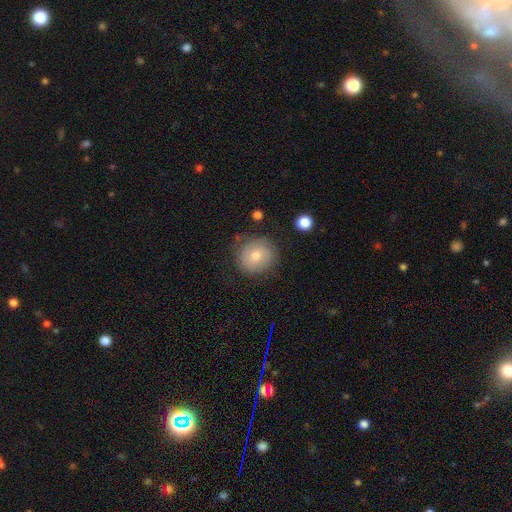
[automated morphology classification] A smooth galaxy with no disk features (68%) that is round (86%). Merging: none (79%).